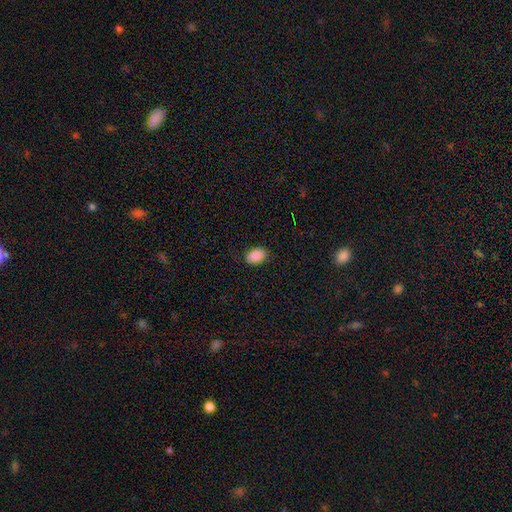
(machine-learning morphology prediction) Smooth or featured? Predicted: smooth (p=0.90). How rounded? Predicted: in between (p=0.89). Merging? Predicted: none (p=0.89).